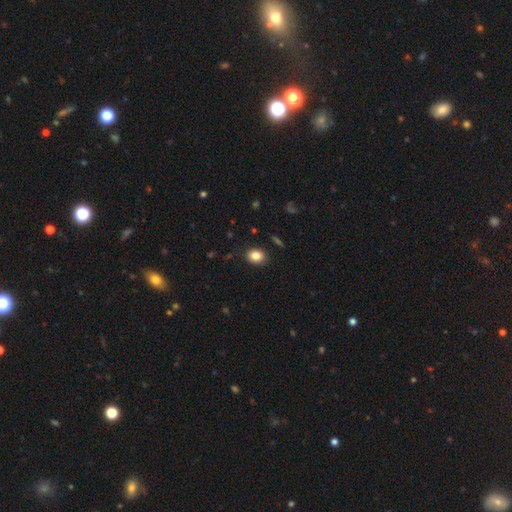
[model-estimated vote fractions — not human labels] Overall: smooth (85%). How rounded: in between (51%; round 48%). Merging: none (88%).